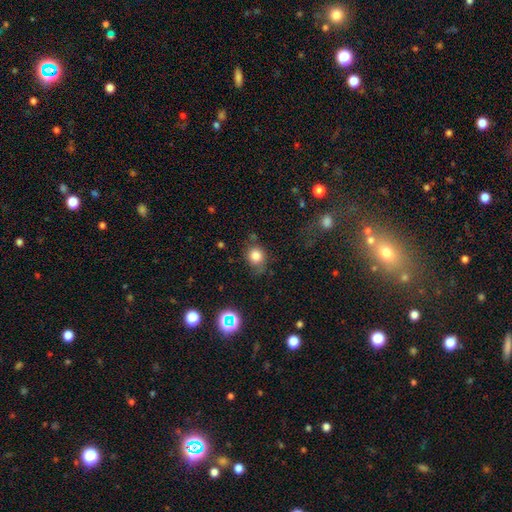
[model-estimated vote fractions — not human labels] smooth 81%, star or artifact 12%, featured or disk 7%. Down the decision tree: how rounded — round (72%); merging — none (68%).